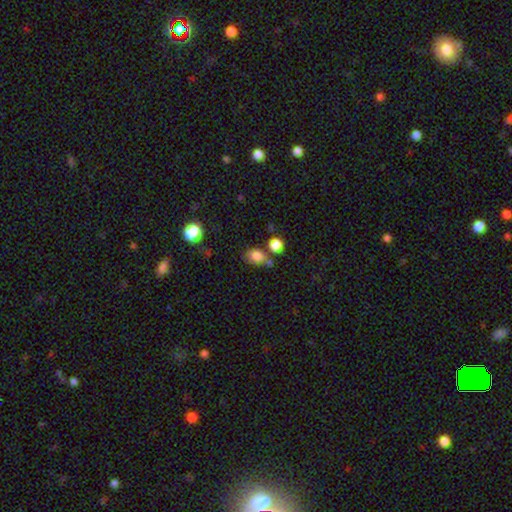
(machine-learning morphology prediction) The model was most divided on "how rounded": in between: 65%, round: 34%, cigar-shaped: 1%. More confident: smooth or featured — smooth (82%); merging — none (60%).